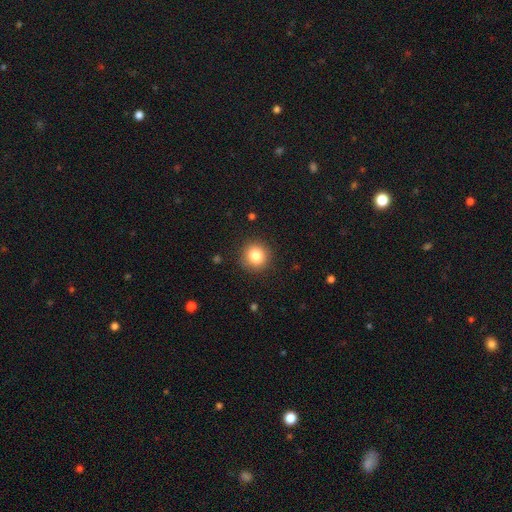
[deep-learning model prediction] Smooth or featured: smooth — 83% (star or artifact — 10%)
How rounded: round — 93% (in between — 6%)
Merging: none — 90% (minor disturbance — 7%)